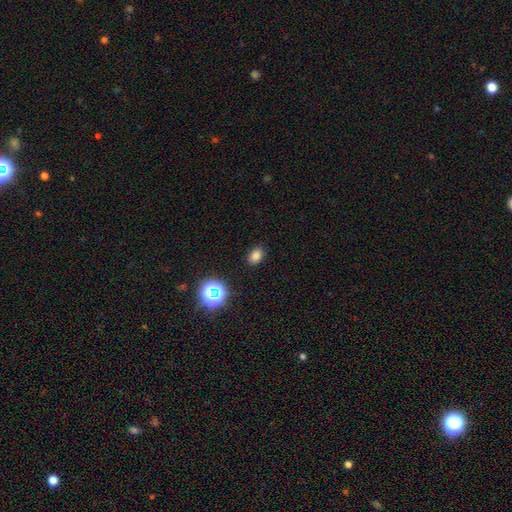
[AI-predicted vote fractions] The model was most divided on "how rounded": in between: 72%, round: 27%, cigar-shaped: 1%. More confident: merging — none (87%); smooth or featured — smooth (78%).